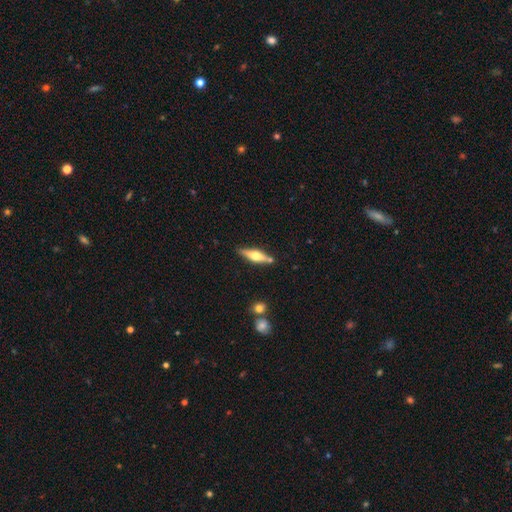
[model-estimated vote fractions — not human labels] Smooth or featured? featured or disk (59%)
Edge-on disk? yes (95%)
Edge-on bulge? rounded (91%)
Merging? none (81%)